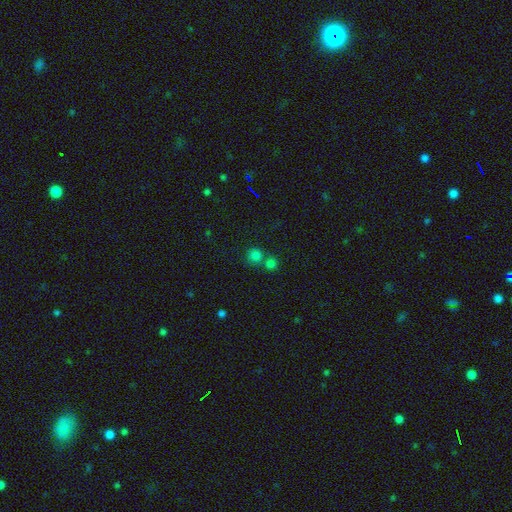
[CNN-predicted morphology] smooth-or-featured: smooth: 74% | star or artifact: 19% | featured or disk: 7%
  how-rounded: round: 90% | in between: 9% | cigar-shaped: 1%
  merging: none: 56% | merger: 34% | minor disturbance: 7% | major disturbance: 3%